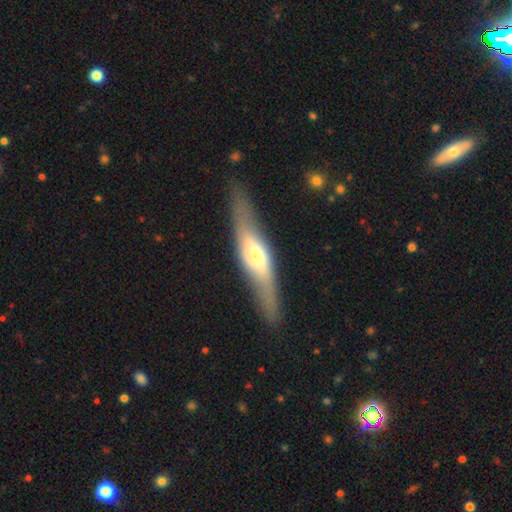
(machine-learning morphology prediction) Smooth or featured?
  - featured or disk: 58% *
  - smooth: 36%
  - star or artifact: 6%
Edge-on disk?
  - yes: 83% *
  - no: 17%
Merging?
  - none: 82% *
  - minor disturbance: 12%
  - major disturbance: 4%
  - merger: 2%